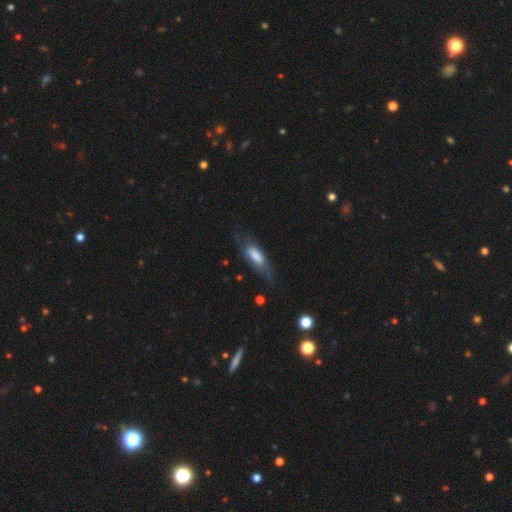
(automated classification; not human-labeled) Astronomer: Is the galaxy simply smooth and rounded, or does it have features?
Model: smooth — 59%.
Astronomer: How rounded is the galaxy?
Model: in between — 58% (runner-up: cigar-shaped, 40%).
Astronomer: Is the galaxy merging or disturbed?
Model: none — 60%.